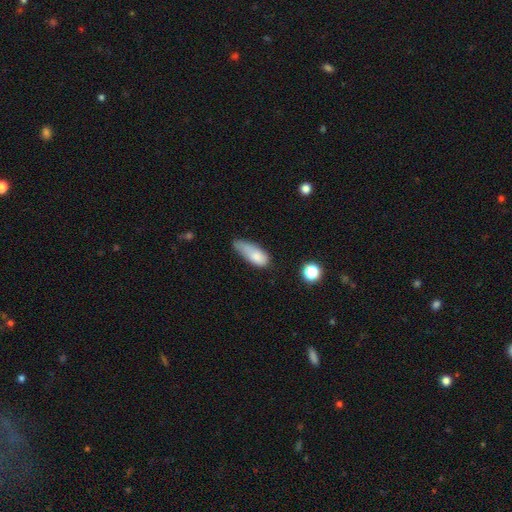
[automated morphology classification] A smooth galaxy with no disk features (77%) that is in between round and cigar-shaped (71%). Merging: minor disturbance (44%).